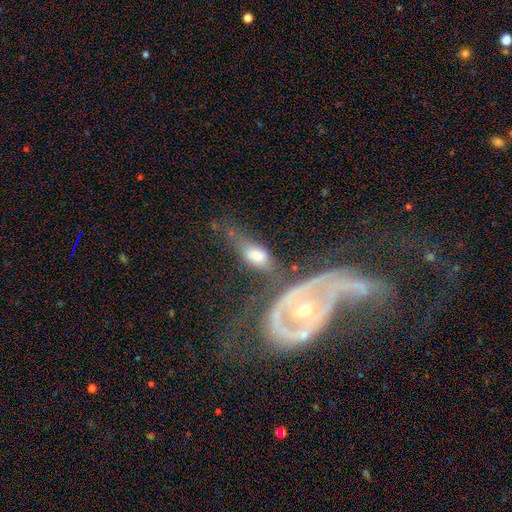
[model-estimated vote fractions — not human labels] A smooth galaxy with no disk features (50%). Merging: none (37%).